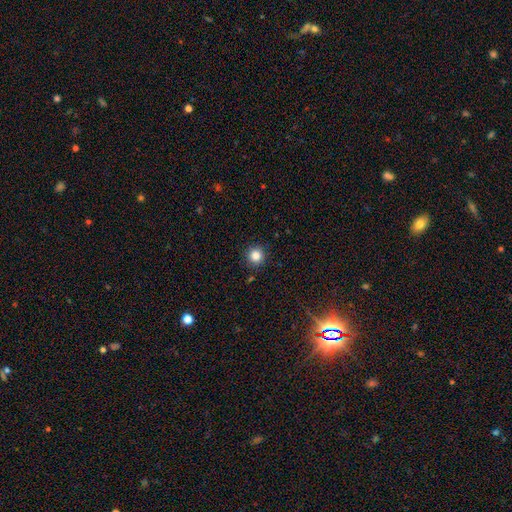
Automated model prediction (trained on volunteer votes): The model was most divided on "smooth or featured": smooth: 84%, star or artifact: 11%, featured or disk: 5%. More confident: how rounded — round (94%); merging — none (91%).